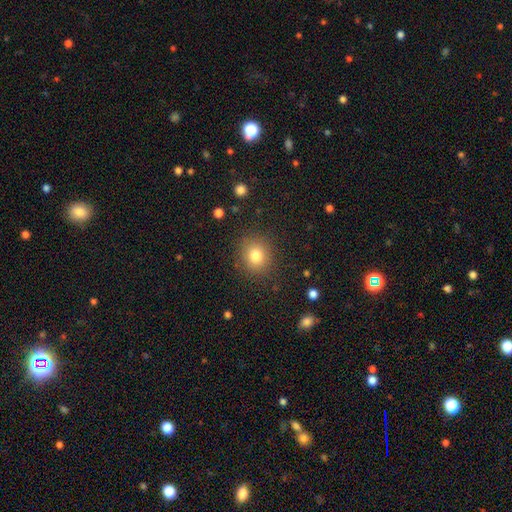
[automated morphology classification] type=smooth (80%); roundness=round (84%); merging=none (87%).